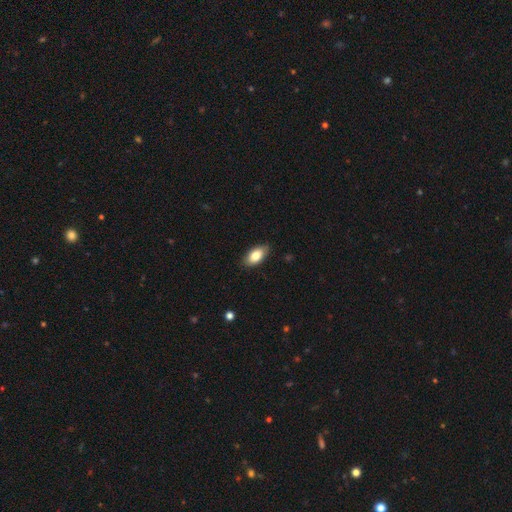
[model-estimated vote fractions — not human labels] Smooth or featured?
  - smooth: 82% *
  - featured or disk: 11%
  - star or artifact: 7%
How rounded?
  - in between: 93% *
  - cigar-shaped: 4%
  - round: 4%
Merging?
  - none: 85% *
  - minor disturbance: 12%
  - major disturbance: 2%
  - merger: 1%